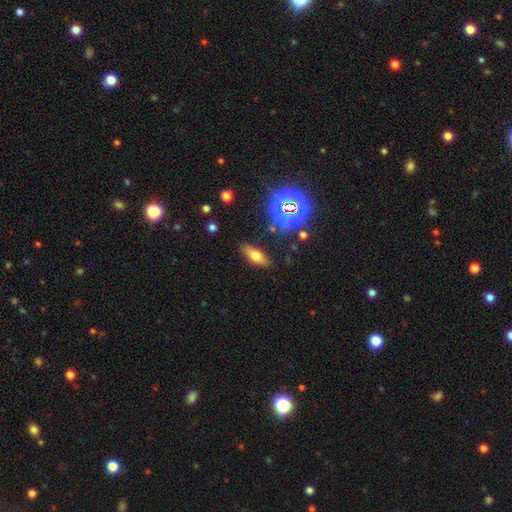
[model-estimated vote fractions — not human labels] Smooth or featured: smooth — 59% (featured or disk — 24%)
How rounded: in between — 69% (cigar-shaped — 25%)
Merging: none — 84% (minor disturbance — 10%)